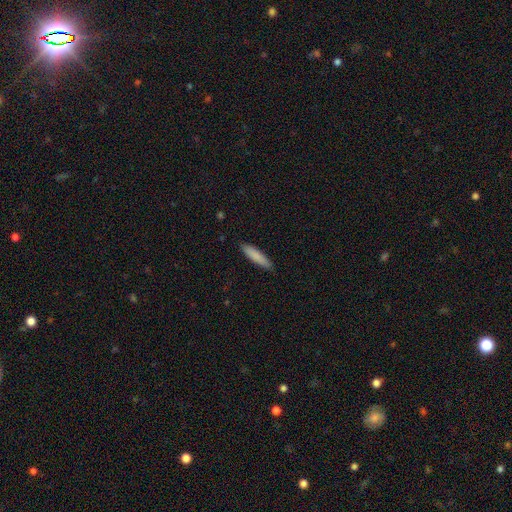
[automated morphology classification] Smooth or featured: smooth — 85% (featured or disk — 9%)
How rounded: cigar-shaped — 81% (in between — 17%)
Merging: none — 89% (minor disturbance — 9%)